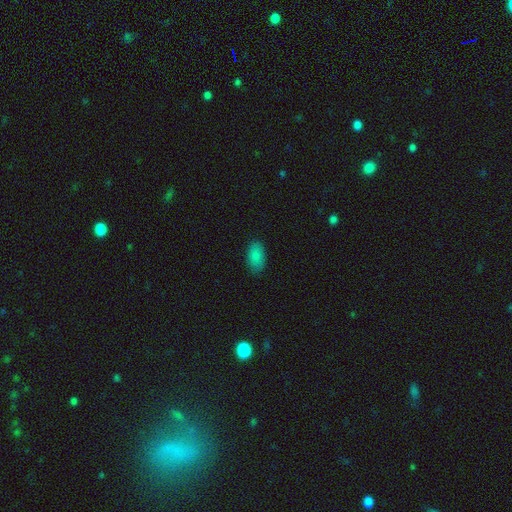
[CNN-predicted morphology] type=smooth (86%); roundness=in between (94%); merging=none (84%).